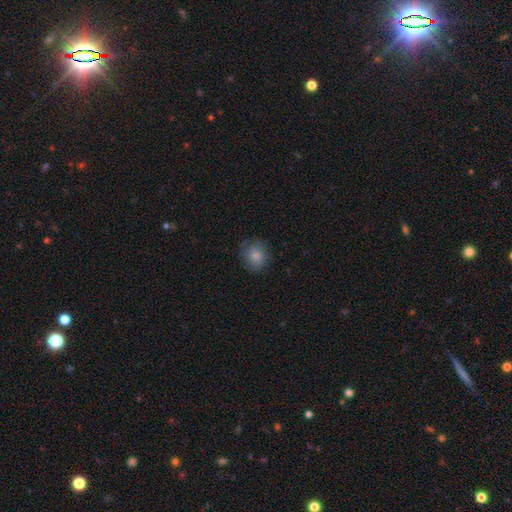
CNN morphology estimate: The model was most divided on "how rounded": round: 75%, in between: 24%, cigar-shaped: 1%. More confident: smooth or featured — smooth (80%); merging — none (73%).